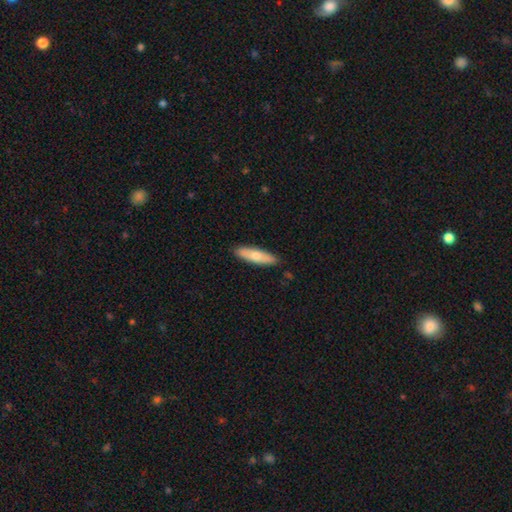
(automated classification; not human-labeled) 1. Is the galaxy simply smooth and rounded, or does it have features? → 69% smooth, 26% featured or disk, 5% star or artifact.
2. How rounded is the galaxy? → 62% cigar-shaped, 36% in between, 2% round.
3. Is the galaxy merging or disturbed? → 88% none, 9% minor disturbance, 2% major disturbance, 1% merger.